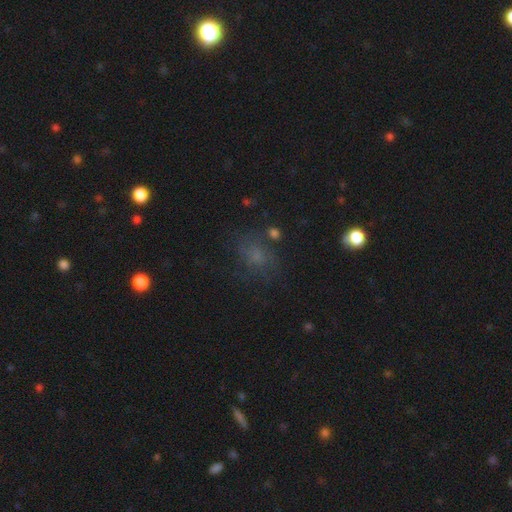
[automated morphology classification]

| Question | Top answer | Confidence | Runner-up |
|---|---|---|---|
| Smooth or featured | smooth | 52% | star or artifact (27%) |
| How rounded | in between | 50% | round (48%) |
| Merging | none | 62% | minor disturbance (19%) |